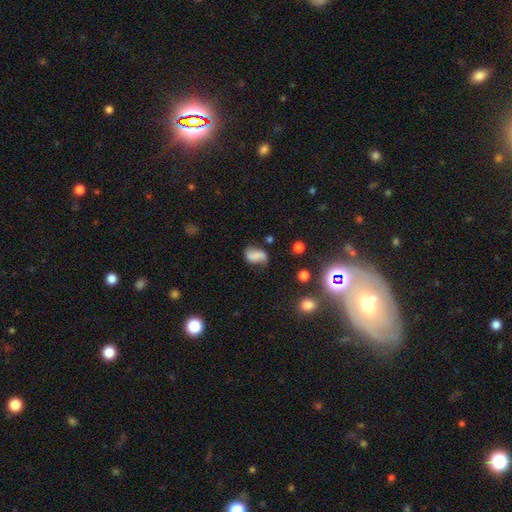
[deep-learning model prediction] Q: Smooth or featured?
A: smooth (60%); runner-up: featured or disk (27%)
Q: How rounded?
A: in between (84%); runner-up: round (12%)
Q: Merging?
A: none (53%); runner-up: minor disturbance (29%)